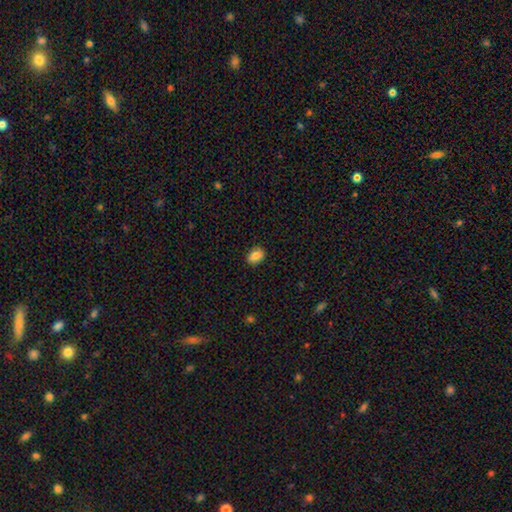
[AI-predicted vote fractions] The model was most divided on "how rounded": in between: 77%, round: 21%, cigar-shaped: 2%. More confident: merging — none (87%); smooth or featured — smooth (84%).